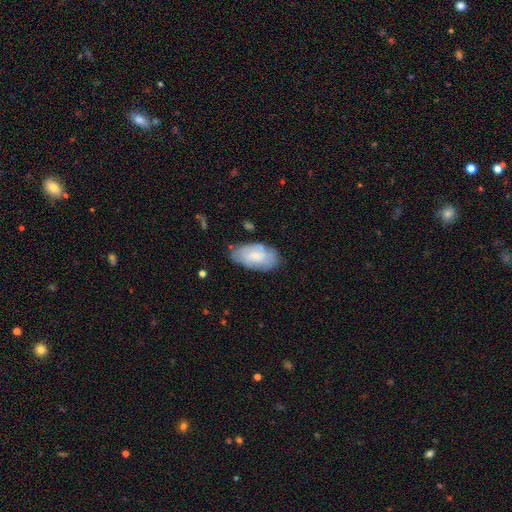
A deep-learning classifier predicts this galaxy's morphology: Smooth or featured? smooth (62%)
How rounded? in between (94%)
Merging? none (71%)